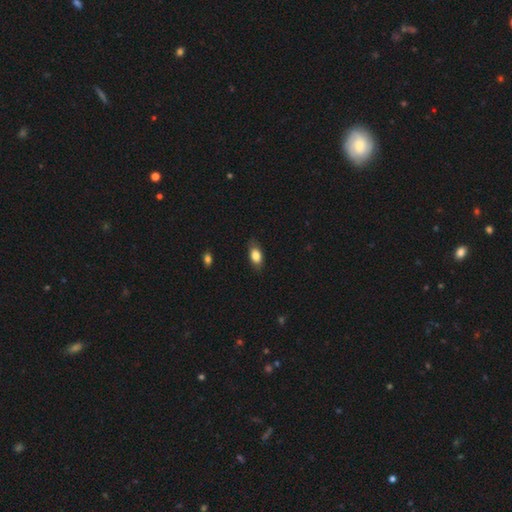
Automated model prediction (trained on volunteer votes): A smooth galaxy with no disk features (83%) that is in between round and cigar-shaped (88%). Merging: none (80%).